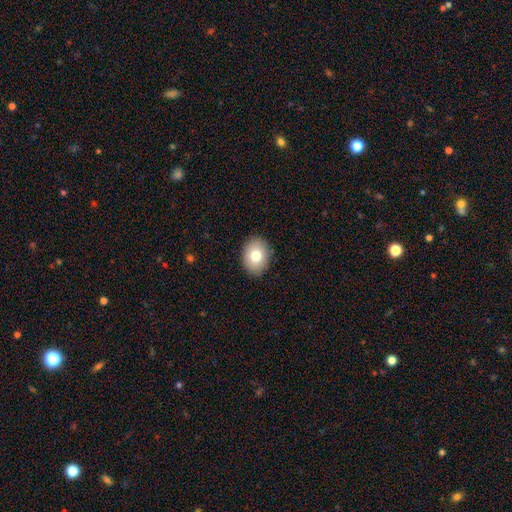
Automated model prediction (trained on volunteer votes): Q: Smooth or featured?
A: smooth (78%); runner-up: featured or disk (13%)
Q: How rounded?
A: in between (61%); runner-up: round (39%)
Q: Merging?
A: none (89%); runner-up: minor disturbance (8%)